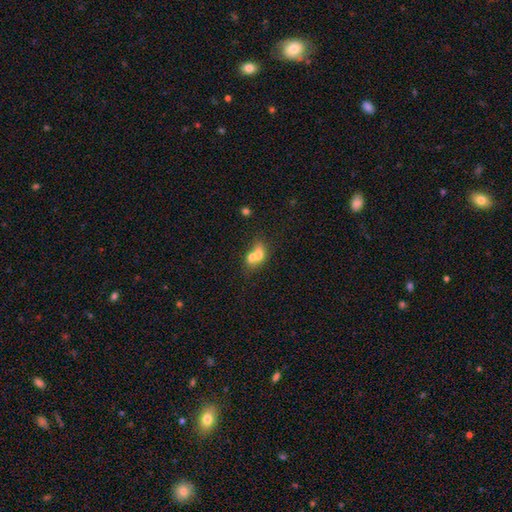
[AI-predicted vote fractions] Smooth or featured? smooth (65%)
How rounded? in between (58%)
Merging? merger (69%)